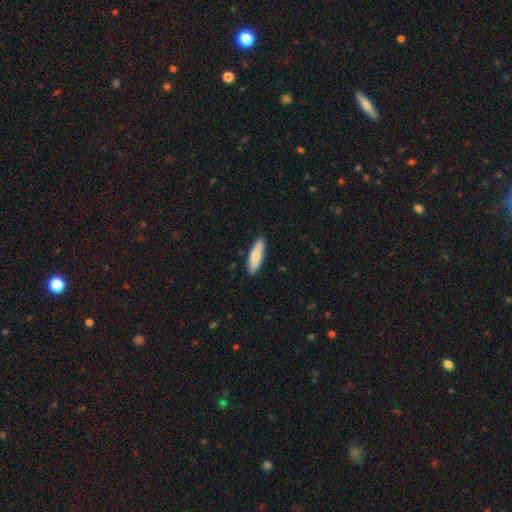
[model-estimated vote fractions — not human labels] Smooth or featured: smooth — 81% (featured or disk — 14%)
How rounded: cigar-shaped — 59% (in between — 40%)
Merging: none — 88% (minor disturbance — 9%)